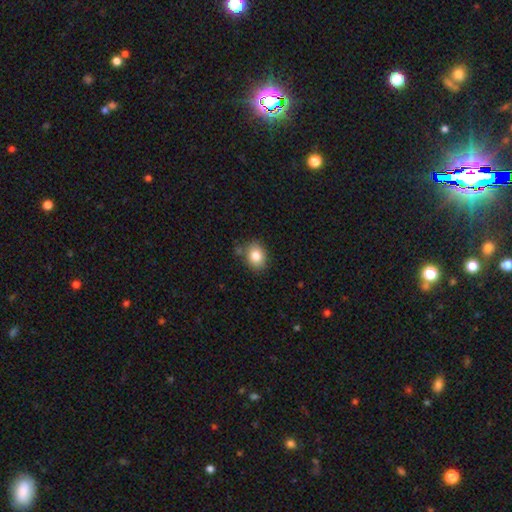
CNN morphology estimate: Smooth or featured?
  - smooth: 83% *
  - star or artifact: 9%
  - featured or disk: 8%
How rounded?
  - in between: 55% *
  - round: 44%
  - cigar-shaped: 1%
Merging?
  - none: 77% *
  - minor disturbance: 14%
  - merger: 5%
  - major disturbance: 3%